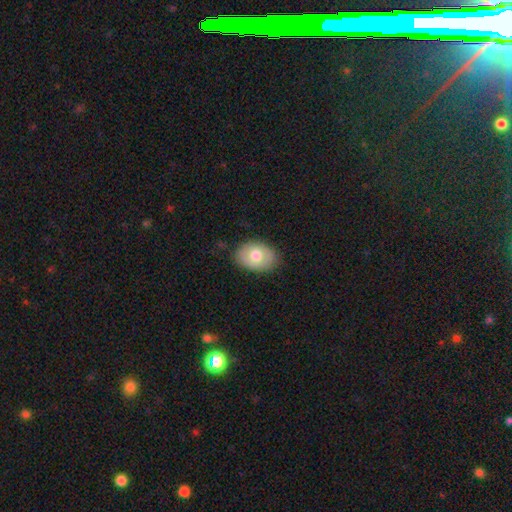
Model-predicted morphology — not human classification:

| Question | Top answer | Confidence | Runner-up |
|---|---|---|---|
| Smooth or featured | smooth | 69% | featured or disk (24%) |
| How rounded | in between | 78% | round (21%) |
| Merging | none | 83% | minor disturbance (13%) |